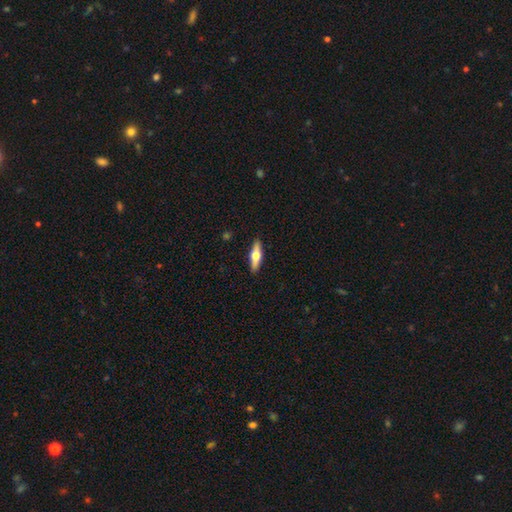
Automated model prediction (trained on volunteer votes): Smooth or featured? featured or disk (47%, tied with smooth)
Merging? none (90%)